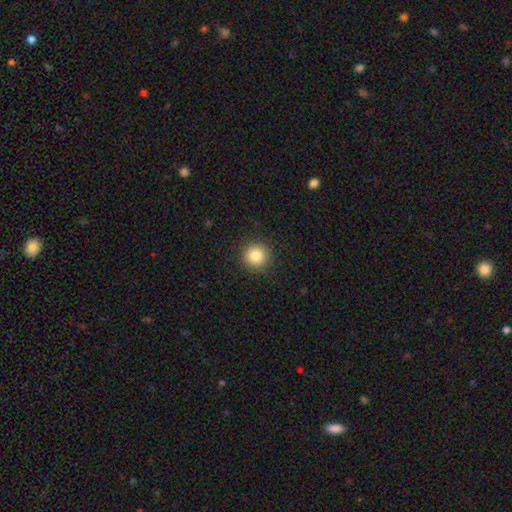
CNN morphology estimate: type=smooth (84%); roundness=round (94%); merging=none (92%).